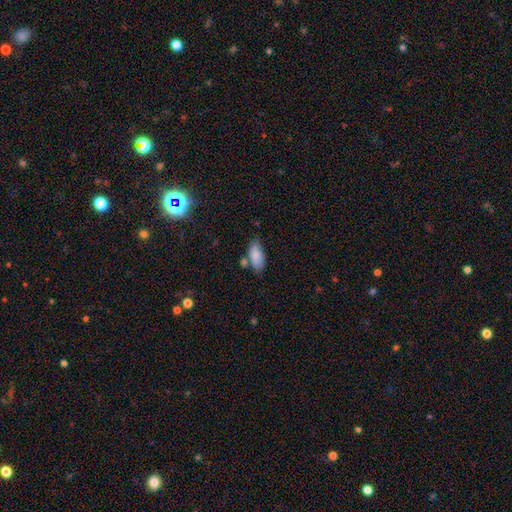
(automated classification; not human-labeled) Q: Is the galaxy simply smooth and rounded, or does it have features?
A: smooth — 84%.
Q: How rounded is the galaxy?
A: in between — 88%.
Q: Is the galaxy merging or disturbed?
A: none — 65%.